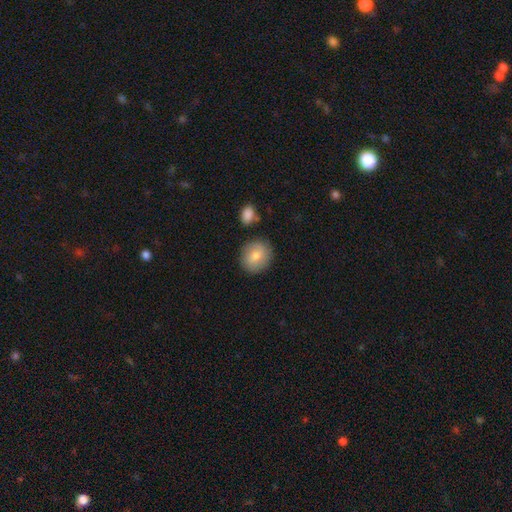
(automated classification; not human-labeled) Smooth or featured: smooth — 80% (featured or disk — 12%)
How rounded: round — 79% (in between — 20%)
Merging: none — 82% (minor disturbance — 11%)